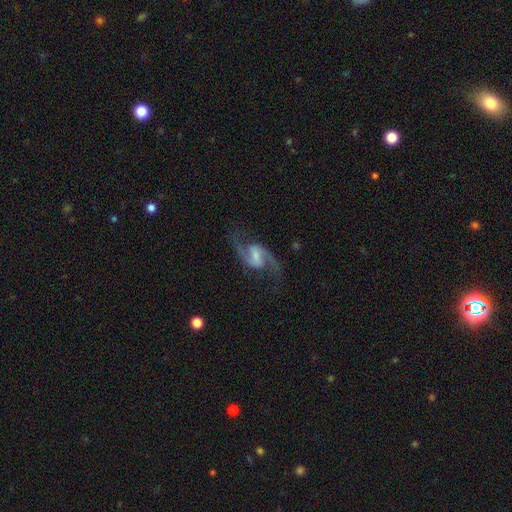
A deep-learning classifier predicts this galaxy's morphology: featured or disk 90%, star or artifact 5%, smooth 4%. Down the decision tree: edge-on disk — no (97%); bar — weak (52%); spiral arms — yes (98%); spiral arm count — 2 (94%); spiral winding — loose (52%); bulge size — small (42%); merging — none (79%).